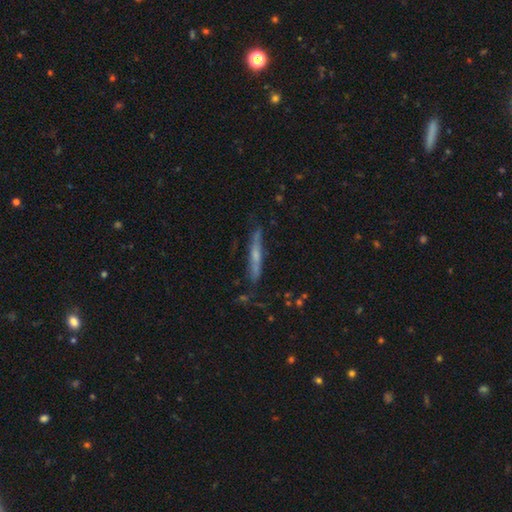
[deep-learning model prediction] smooth_or_featured: featured or disk (p=0.56) [alt: smooth p=0.36]
disk_edge_on: yes (p=0.91) [alt: no p=0.09]
edge_on_bulge: rounded (p=0.50) [alt: none p=0.41]
merging: none (p=0.77) [alt: minor disturbance p=0.17]